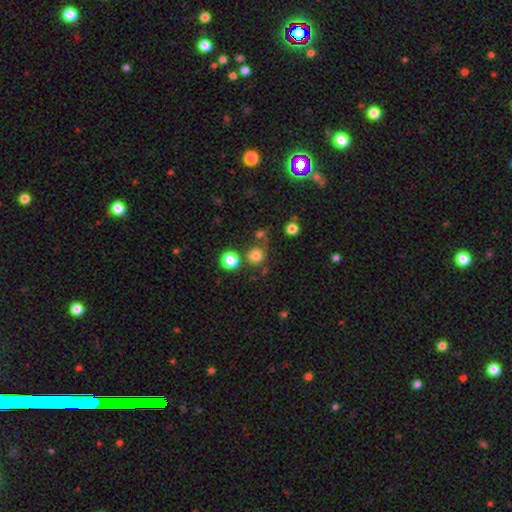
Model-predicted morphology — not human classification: The model was most divided on "merging": none: 60%, merger: 16%, minor disturbance: 15%, major disturbance: 9%. More confident: how rounded — round (90%); smooth or featured — smooth (78%).